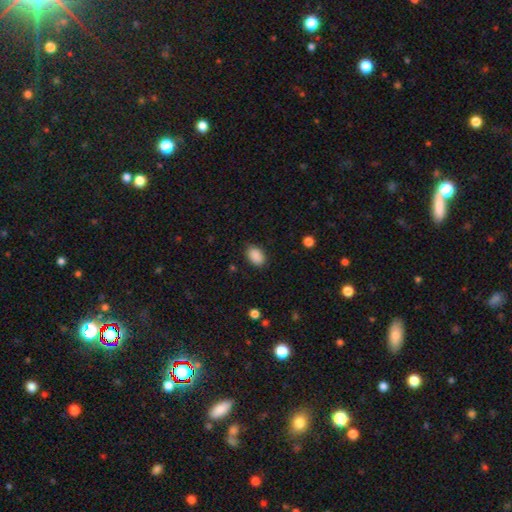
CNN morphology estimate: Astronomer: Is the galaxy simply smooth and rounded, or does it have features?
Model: smooth — 90%.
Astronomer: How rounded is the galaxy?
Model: in between — 86%.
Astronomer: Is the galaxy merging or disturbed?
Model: none — 85%.